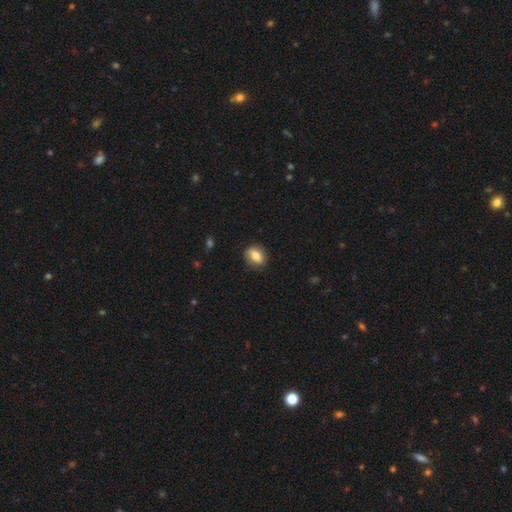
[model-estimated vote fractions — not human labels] A smooth galaxy with no disk features (76%) that is in between round and cigar-shaped (67%).

Vote fractions:
- Smooth or featured? smooth: 76% / featured or disk: 16% / star or artifact: 8%
- How rounded? in between: 67% / round: 31% / cigar-shaped: 2%
- Merging? none: 83% / minor disturbance: 13% / major disturbance: 3% / merger: 1%